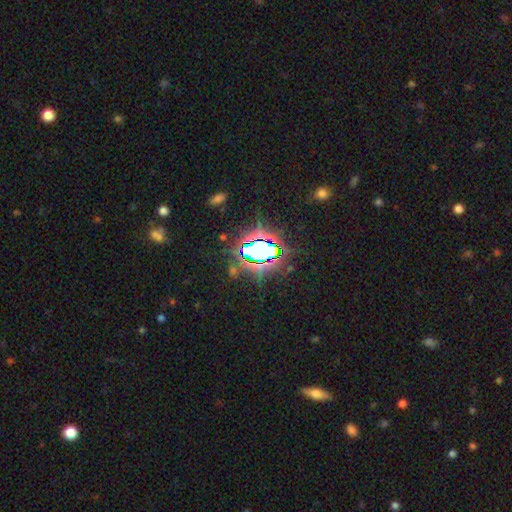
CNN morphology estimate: Q: Smooth or featured?
A: star or artifact (76%); runner-up: smooth (14%)